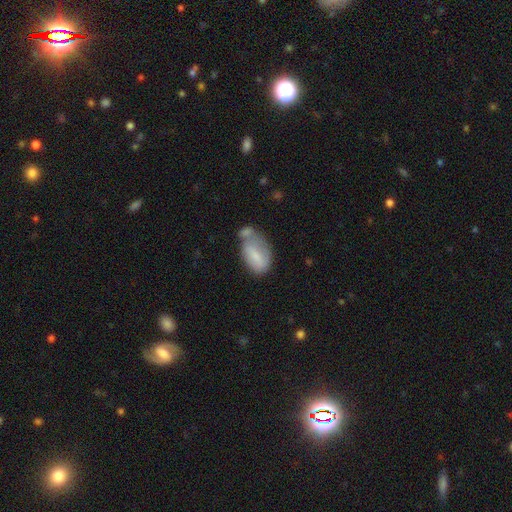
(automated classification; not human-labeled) smooth 72%, featured or disk 21%, star or artifact 7%. Down the decision tree: how rounded — in between (91%); merging — merger (39%).